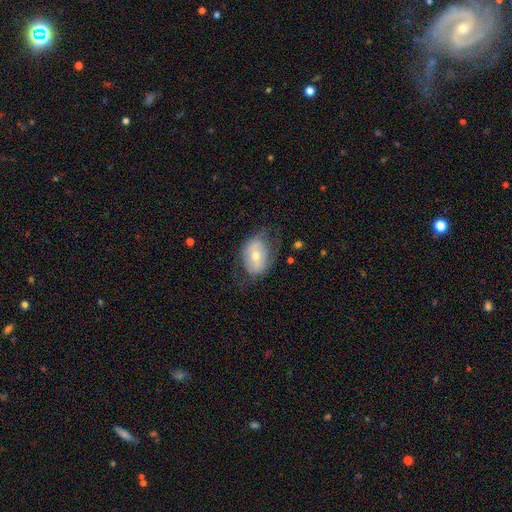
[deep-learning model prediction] Smooth or featured? smooth (53%)
How rounded? in between (73%)
Merging? none (59%)